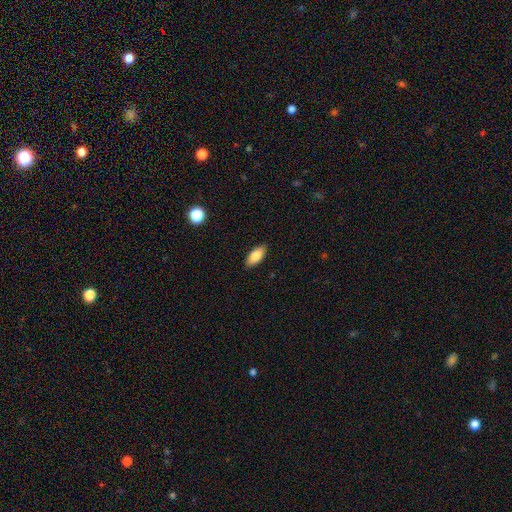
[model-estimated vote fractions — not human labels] Smooth or featured? Predicted: smooth (p=0.84). How rounded? Predicted: in between (p=0.87). Merging? Predicted: none (p=0.88).